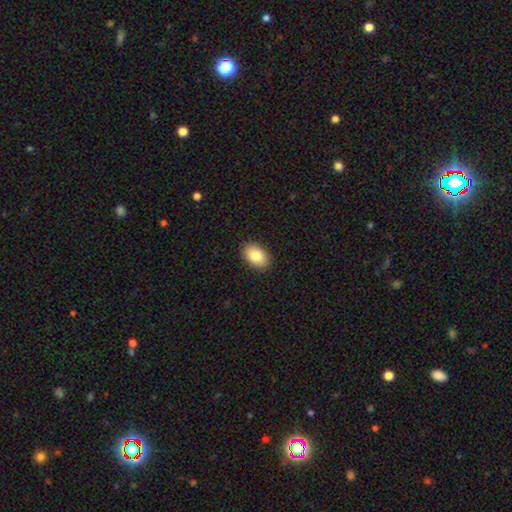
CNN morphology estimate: A smooth galaxy with no disk features (85%) that is in between round and cigar-shaped (88%).

Vote fractions:
- Smooth or featured? smooth: 85% / featured or disk: 7% / star or artifact: 7%
- How rounded? in between: 88% / round: 10% / cigar-shaped: 1%
- Merging? none: 89% / minor disturbance: 8% / major disturbance: 2% / merger: 1%